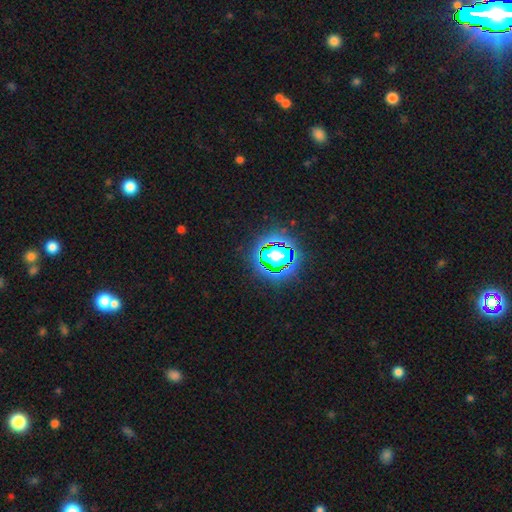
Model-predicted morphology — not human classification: Smooth or featured? Predicted: star or artifact (p=0.80).